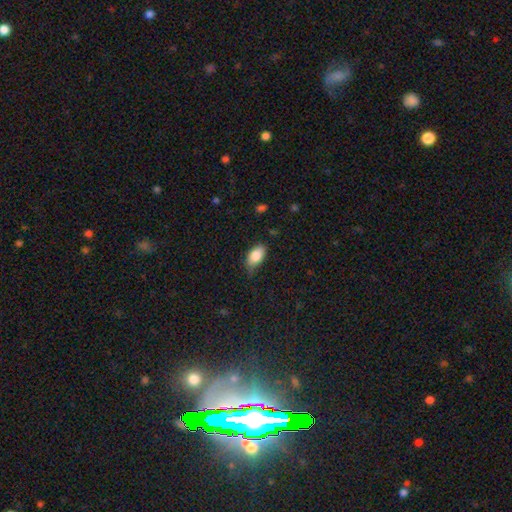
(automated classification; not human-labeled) Overall: smooth (86%). How rounded: in between (92%). Merging: none (63%; minor disturbance 29%).